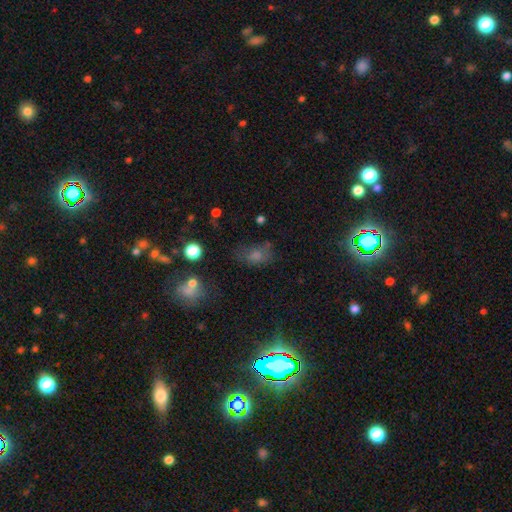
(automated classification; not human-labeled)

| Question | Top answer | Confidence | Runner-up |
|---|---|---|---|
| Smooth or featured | smooth | 48% | star or artifact (36%) |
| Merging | none | 60% | minor disturbance (22%) |